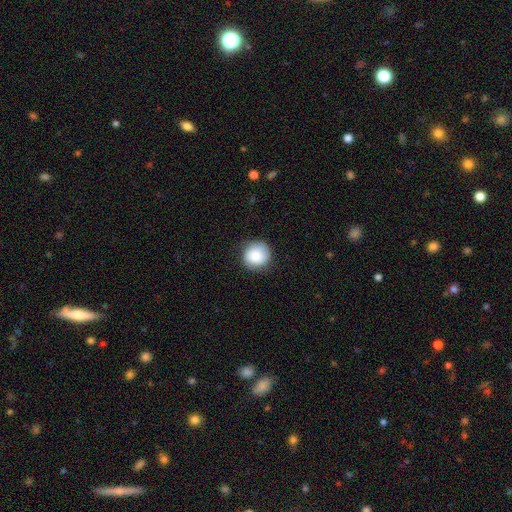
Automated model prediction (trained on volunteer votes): smooth-or-featured: smooth: 82% | featured or disk: 10% | star or artifact: 7%
  how-rounded: round: 90% | in between: 9% | cigar-shaped: 1%
  merging: none: 82% | minor disturbance: 13% | major disturbance: 4% | merger: 1%